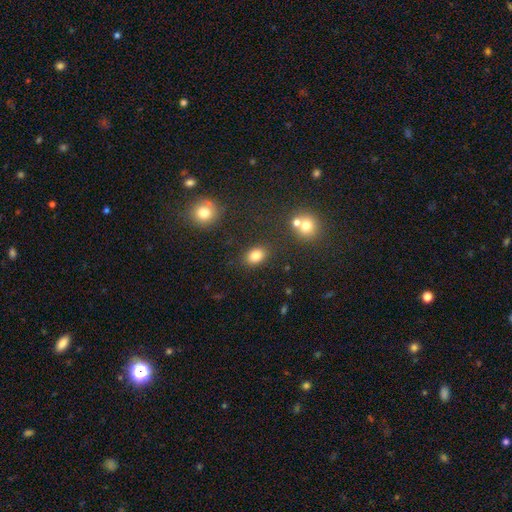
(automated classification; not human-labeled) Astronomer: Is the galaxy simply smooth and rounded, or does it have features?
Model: smooth — 82%.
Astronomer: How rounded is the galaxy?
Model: in between — 73%.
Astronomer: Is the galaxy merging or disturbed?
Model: none — 84%.